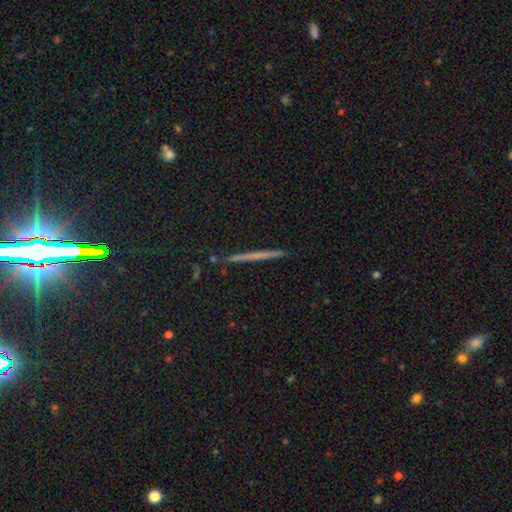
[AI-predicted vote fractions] smooth-or-featured: featured or disk: 42% | smooth: 40% | star or artifact: 18%
  merging: none: 92% | minor disturbance: 6% | merger: 1% | major disturbance: 1%